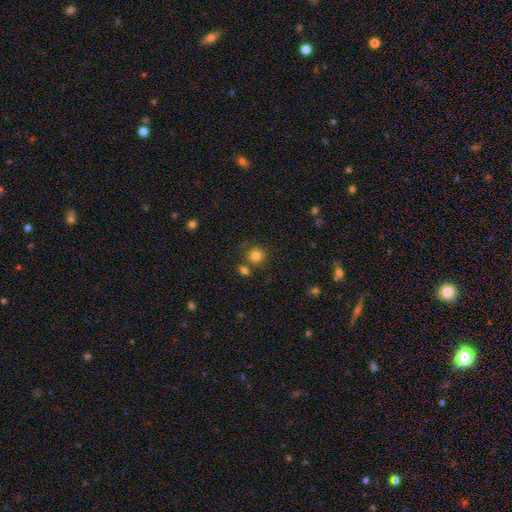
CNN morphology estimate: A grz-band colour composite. It shows a smooth galaxy with no disk features (82%) that is round (88%). Merging: none (70%).